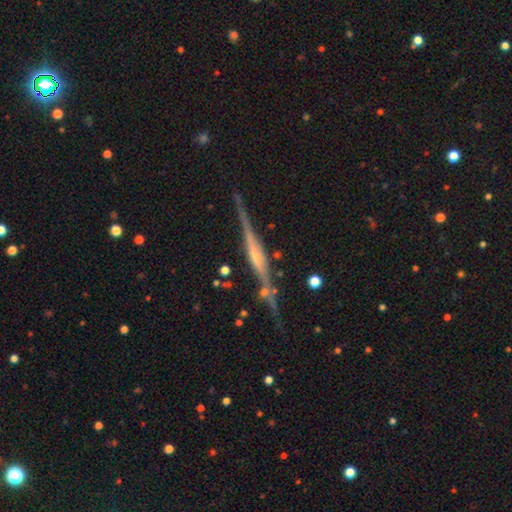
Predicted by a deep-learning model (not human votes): smooth-or-featured: featured or disk: 83% | smooth: 11% | star or artifact: 7%
  disk-edge-on: yes: 97% | no: 3%
    edge-on-bulge: rounded: 54% | none: 26% | boxy: 20%
  merging: none: 82% | minor disturbance: 12% | merger: 3% | major disturbance: 3%